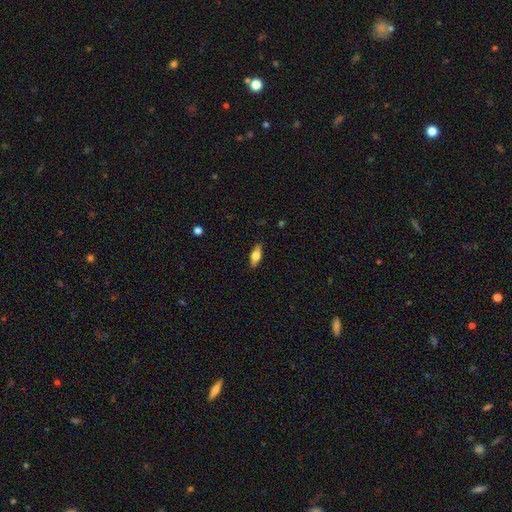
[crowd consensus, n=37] smooth_or_featured: smooth (p=0.62) [alt: featured or disk p=0.35]
how_rounded: in between (p=0.78) [alt: cigar-shaped p=0.22]
merging: none (p=0.89) [alt: minor disturbance p=0.11]